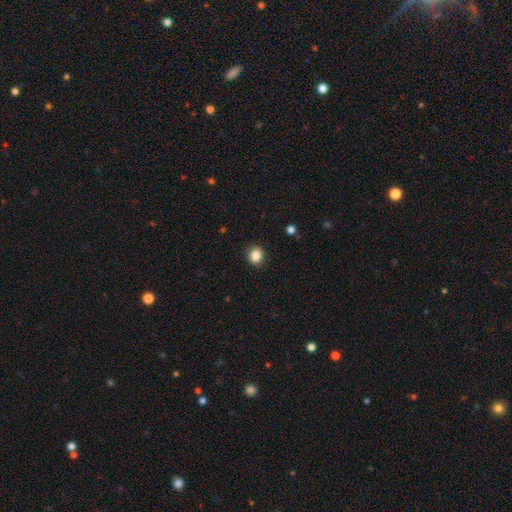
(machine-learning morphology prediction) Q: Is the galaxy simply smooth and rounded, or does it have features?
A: smooth — 86%.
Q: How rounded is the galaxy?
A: round — 82%.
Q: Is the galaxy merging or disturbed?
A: none — 91%.